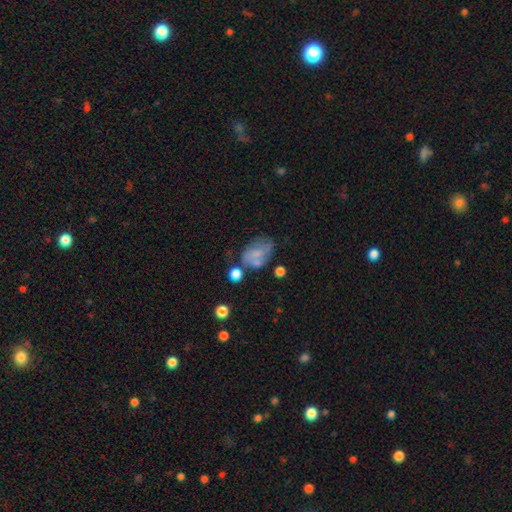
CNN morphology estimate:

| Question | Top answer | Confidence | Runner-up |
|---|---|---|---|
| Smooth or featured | smooth | 56% | featured or disk (34%) |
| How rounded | in between | 79% | round (19%) |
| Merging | none | 37% | minor disturbance (28%) |